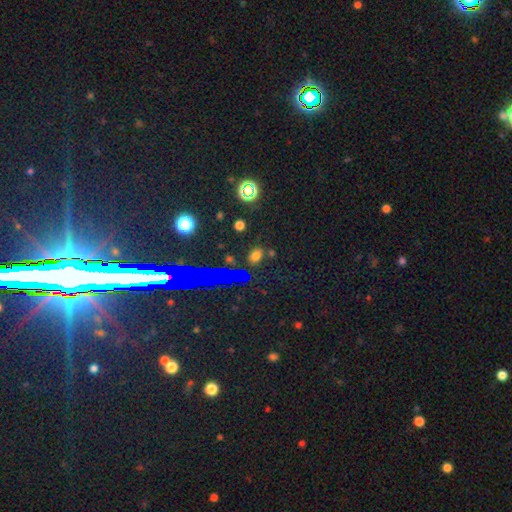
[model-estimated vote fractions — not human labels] A smooth galaxy with no disk features (62%) that is in between round and cigar-shaped (58%).

Vote fractions:
- Smooth or featured? smooth: 62% / star or artifact: 30% / featured or disk: 8%
- How rounded? in between: 58% / round: 39% / cigar-shaped: 3%
- Merging? none: 83% / minor disturbance: 10% / merger: 4% / major disturbance: 4%